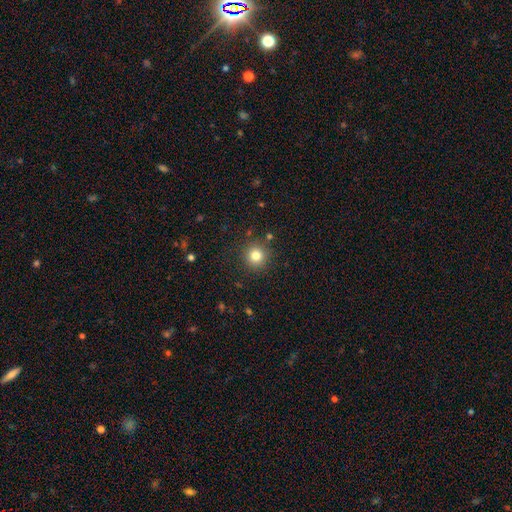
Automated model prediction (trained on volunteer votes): Smooth or featured?
  - smooth: 81% *
  - star or artifact: 13%
  - featured or disk: 6%
How rounded?
  - round: 94% *
  - in between: 5%
  - cigar-shaped: 1%
Merging?
  - none: 89% *
  - minor disturbance: 7%
  - major disturbance: 3%
  - merger: 2%